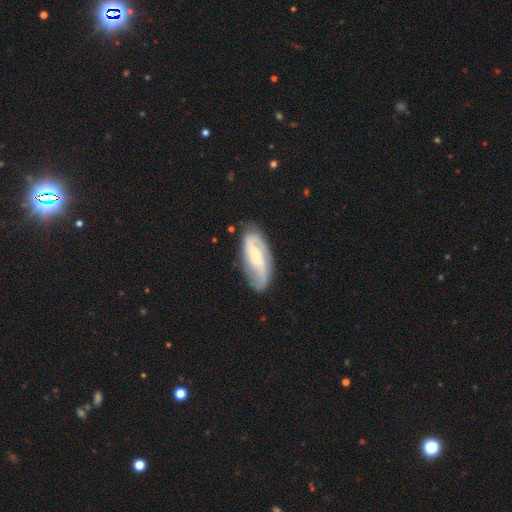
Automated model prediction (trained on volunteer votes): featured or disk 72%, smooth 22%, star or artifact 6%. Down the decision tree: edge-on disk — no (93%); bar — no (51%); spiral arms — yes (93%); spiral arm count — 2 (68%); spiral winding — medium (42%); bulge size — small (61%); merging — none (73%).